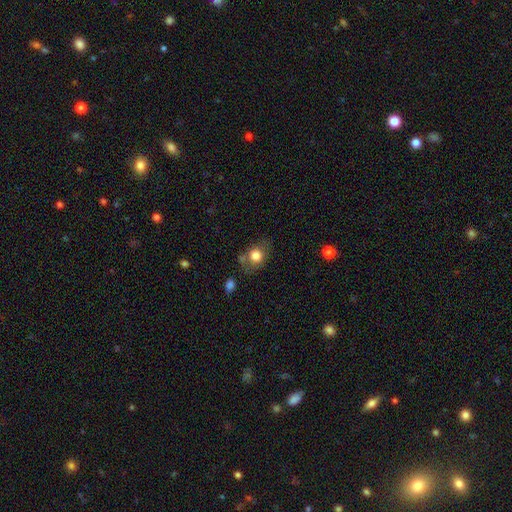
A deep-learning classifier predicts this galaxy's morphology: Smooth or featured: smooth — 77% (featured or disk — 14%)
How rounded: round — 50% (in between — 48%)
Merging: none — 62% (minor disturbance — 20%)